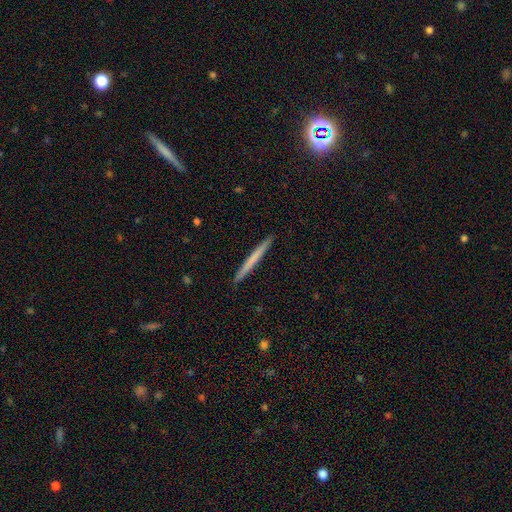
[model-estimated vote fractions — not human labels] This is likely a smooth galaxy (61%). How rounded: clearly cigar-shaped (97%). Merging: clearly none (93%).